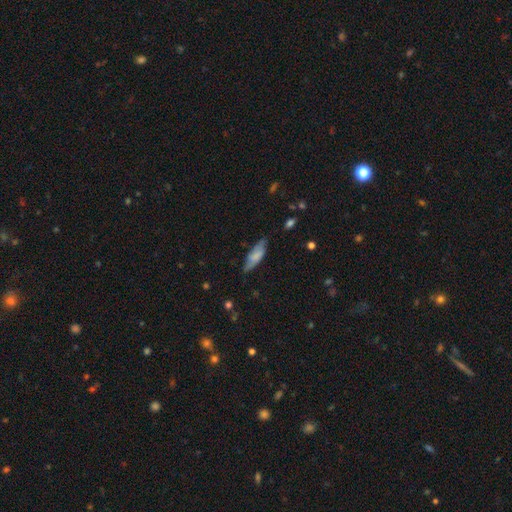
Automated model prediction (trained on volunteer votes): The model was most divided on "how rounded": in between: 56%, cigar-shaped: 42%, round: 2%. More confident: smooth or featured — smooth (72%); merging — none (69%).